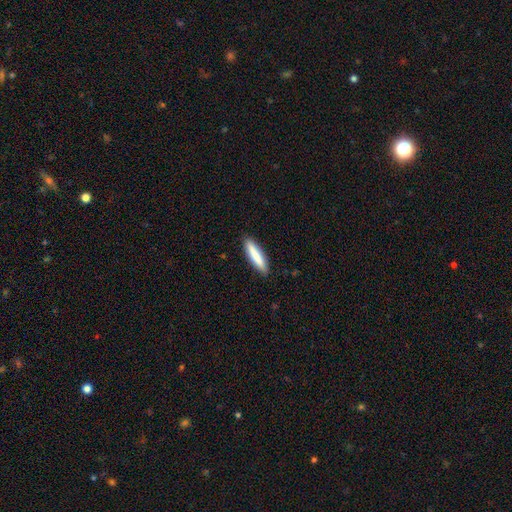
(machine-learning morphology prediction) Smooth or featured: smooth — 79% (featured or disk — 15%)
How rounded: cigar-shaped — 84% (in between — 15%)
Merging: none — 90% (minor disturbance — 8%)